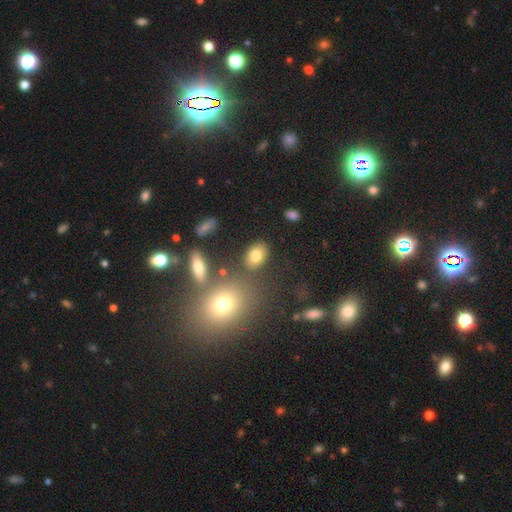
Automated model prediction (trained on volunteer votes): Morphology: type=smooth (78%); roundness=in between (78%); merging=none (78%).